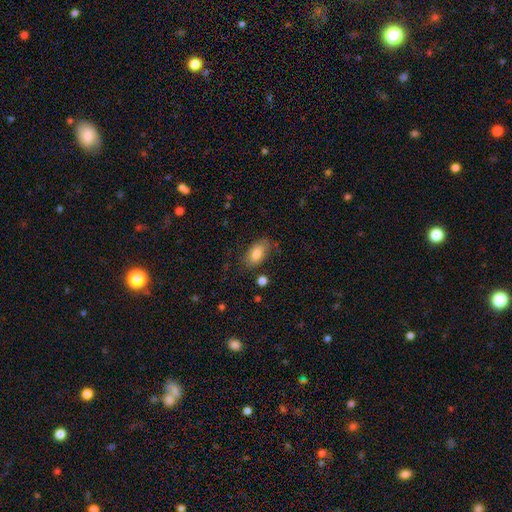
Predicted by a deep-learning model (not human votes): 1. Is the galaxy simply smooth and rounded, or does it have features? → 82% smooth, 11% featured or disk, 7% star or artifact.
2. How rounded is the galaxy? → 91% in between, 5% round, 4% cigar-shaped.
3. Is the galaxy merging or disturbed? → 71% none, 21% minor disturbance, 6% major disturbance, 3% merger.